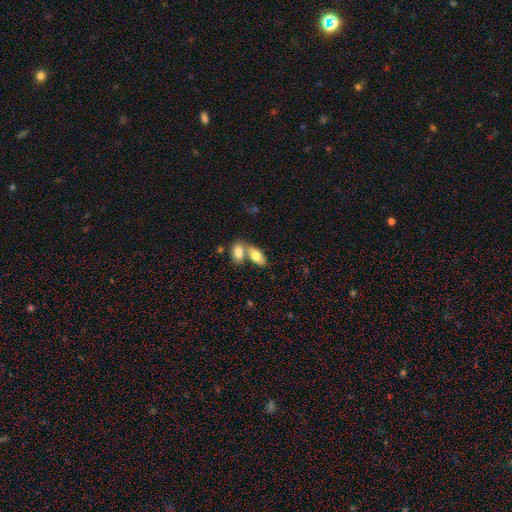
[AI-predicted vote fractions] smooth_or_featured: smooth (p=0.75) [alt: featured or disk p=0.18]
how_rounded: in between (p=0.91) [alt: cigar-shaped p=0.05]
merging: merger (p=0.56) [alt: none p=0.33]